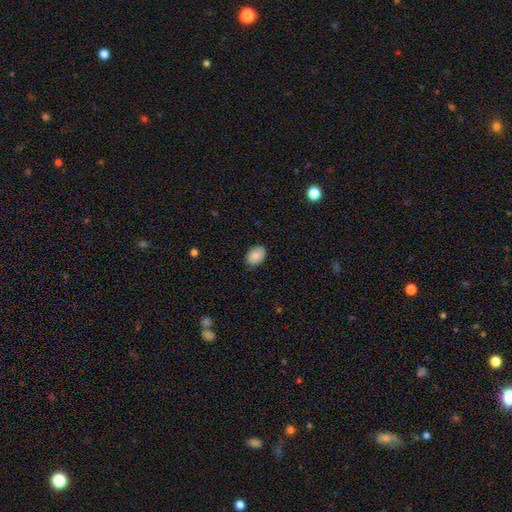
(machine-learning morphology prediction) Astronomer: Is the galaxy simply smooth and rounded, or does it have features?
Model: smooth — 85%.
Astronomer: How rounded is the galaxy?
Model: in between — 78%.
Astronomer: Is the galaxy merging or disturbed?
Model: none — 79%.